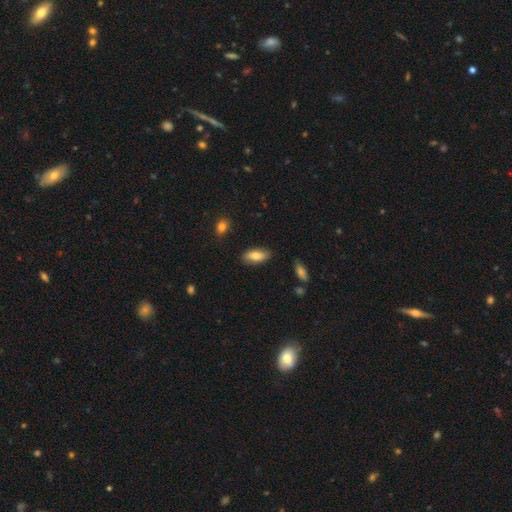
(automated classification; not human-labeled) Overall: smooth (78%). How rounded: in between (84%). Merging: none (84%).